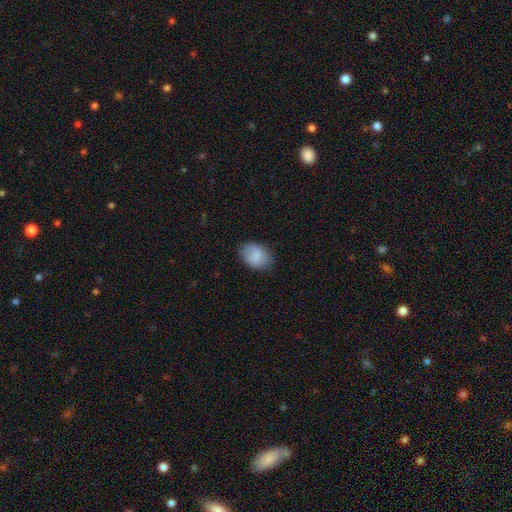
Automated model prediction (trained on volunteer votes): Smooth or featured?
  - smooth: 86% *
  - featured or disk: 7%
  - star or artifact: 7%
How rounded?
  - in between: 76% *
  - round: 23%
  - cigar-shaped: 1%
Merging?
  - none: 78% *
  - minor disturbance: 17%
  - major disturbance: 4%
  - merger: 1%